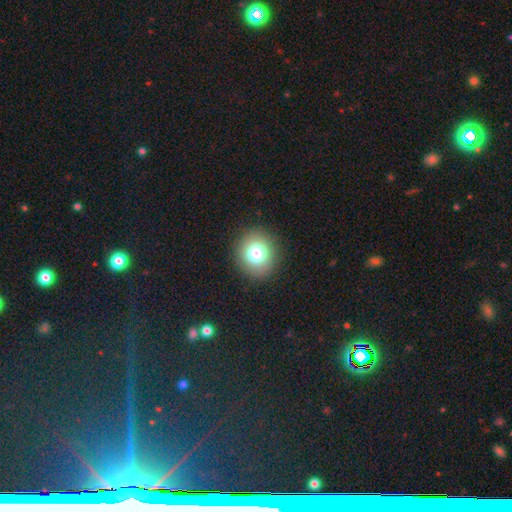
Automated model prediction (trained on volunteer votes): smooth_or_featured: smooth (p=0.77) [alt: star or artifact p=0.12]
how_rounded: round (p=0.84) [alt: in between p=0.15]
merging: none (p=0.91) [alt: minor disturbance p=0.06]